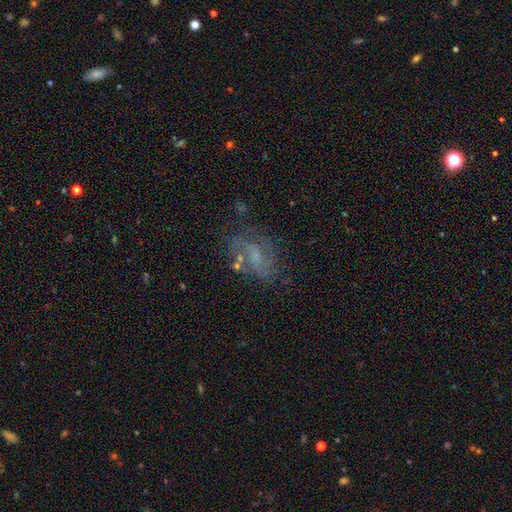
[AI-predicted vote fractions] A featured or disk galaxy (72%) with a weak bar (45%), 2 (54%) medium (49%) spiral arms (84%) and a small central bulge (38%).

Vote fractions:
- Smooth or featured? featured or disk: 72% / smooth: 16% / star or artifact: 13%
- Edge-on disk? no: 97% / yes: 3%
- Bar? weak: 45% / no: 44% / strong: 11%
- Spiral arms? yes: 84% / no: 16%
- Spiral winding? medium: 49% / tight: 28% / loose: 22%
- Spiral arm count? 2: 54% / can't tell: 23% / 3: 11% / 1: 5% / 4: 4% / more than 4: 3%
- Bulge size? small: 38% / none: 34% / moderate: 24% / large: 3% / dominant: 1%
- Merging? none: 60% / minor disturbance: 19% / major disturbance: 15% / merger: 6%